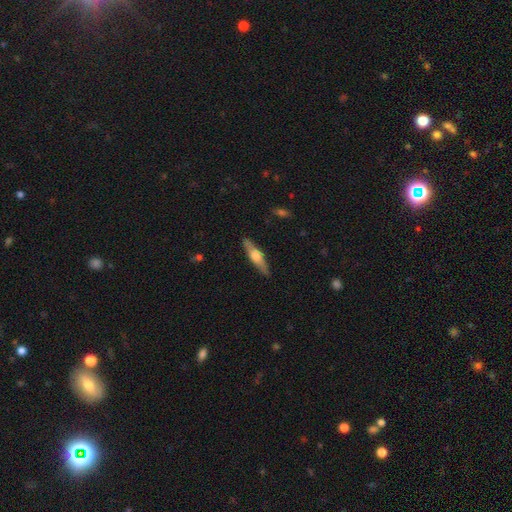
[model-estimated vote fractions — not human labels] Smooth or featured?
  - featured or disk: 54% *
  - smooth: 40%
  - star or artifact: 5%
Edge-on disk?
  - yes: 92% *
  - no: 8%
Merging?
  - none: 88% *
  - minor disturbance: 9%
  - major disturbance: 2%
  - merger: 1%